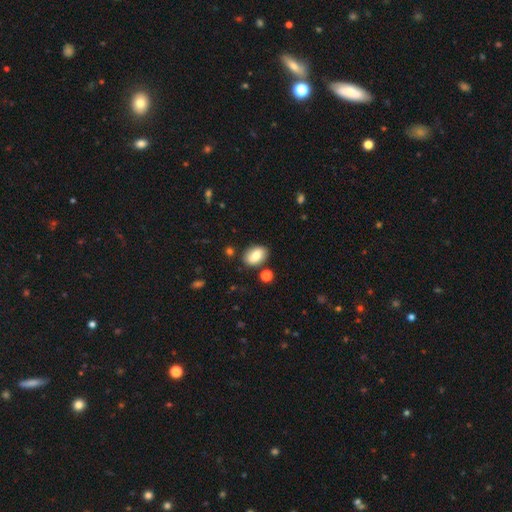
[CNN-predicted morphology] Smooth or featured? smooth (76%)
How rounded? in between (85%)
Merging? none (80%)